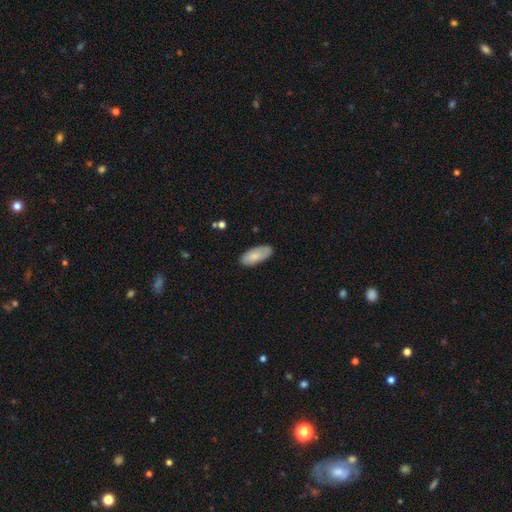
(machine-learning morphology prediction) A smooth galaxy with no disk features (79%) that is in between round and cigar-shaped (86%).

Vote fractions:
- Smooth or featured? smooth: 79% / featured or disk: 15% / star or artifact: 6%
- How rounded? in between: 86% / cigar-shaped: 12% / round: 2%
- Merging? none: 80% / minor disturbance: 16% / major disturbance: 3% / merger: 1%